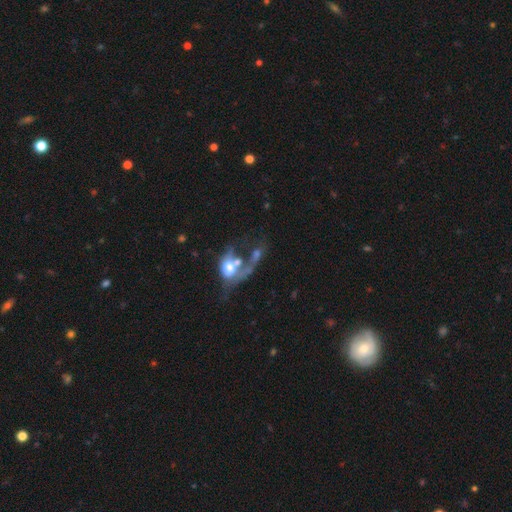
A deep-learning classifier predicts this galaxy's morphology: A featured or disk galaxy (47%). Merging: merger (54%).